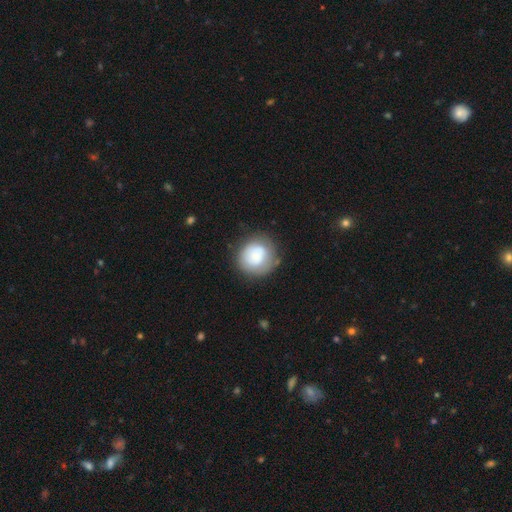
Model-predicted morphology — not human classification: Smooth or featured: smooth — 74% (featured or disk — 18%)
How rounded: round — 86% (in between — 13%)
Merging: none — 66% (minor disturbance — 21%)